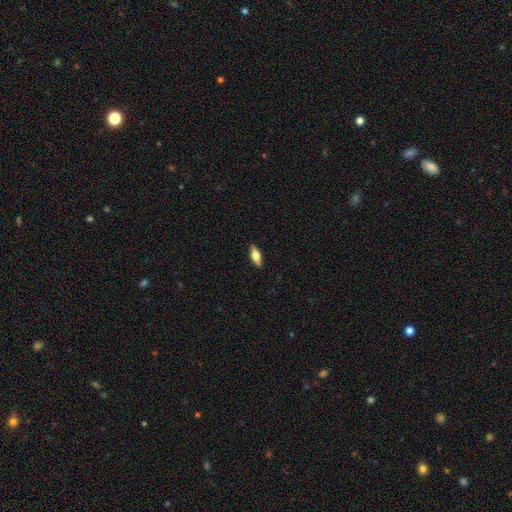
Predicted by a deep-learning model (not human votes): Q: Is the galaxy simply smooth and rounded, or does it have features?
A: smooth — 59%.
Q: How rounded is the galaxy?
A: in between — 68%.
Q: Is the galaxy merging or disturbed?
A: none — 89%.